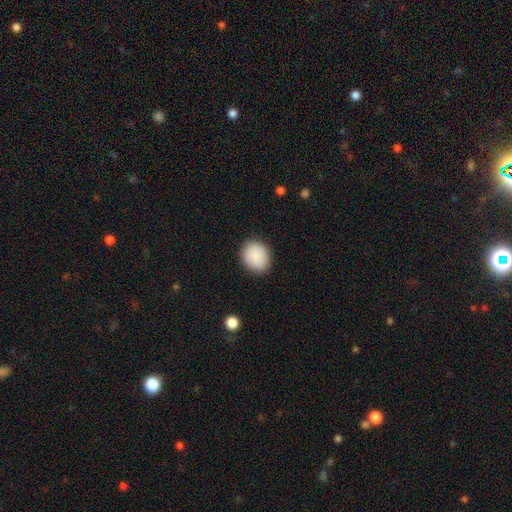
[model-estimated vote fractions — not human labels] smooth 88%, star or artifact 7%, featured or disk 5%. Down the decision tree: how rounded — round (65%); merging — none (87%).